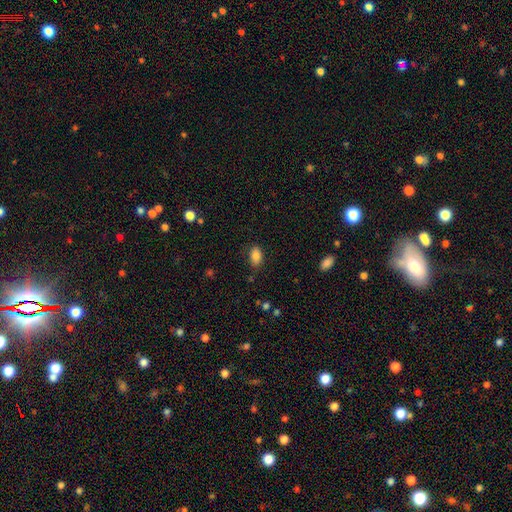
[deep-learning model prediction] Smooth or featured?
  - smooth: 85% *
  - star or artifact: 9%
  - featured or disk: 6%
How rounded?
  - in between: 90% *
  - round: 9%
  - cigar-shaped: 2%
Merging?
  - none: 81% *
  - minor disturbance: 14%
  - major disturbance: 3%
  - merger: 2%